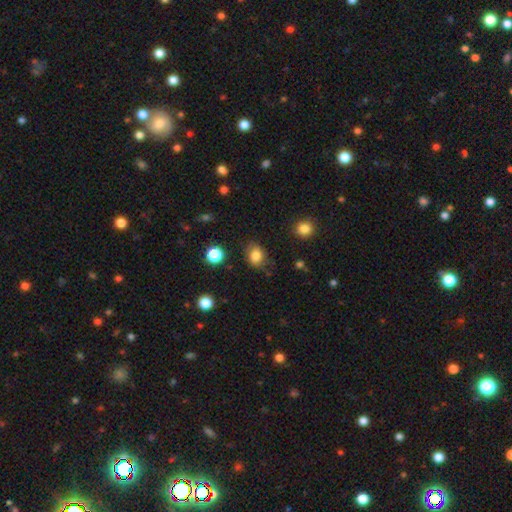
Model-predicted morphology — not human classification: smooth 81%, star or artifact 10%, featured or disk 9%. Down the decision tree: how rounded — in between (57%); merging — none (74%).